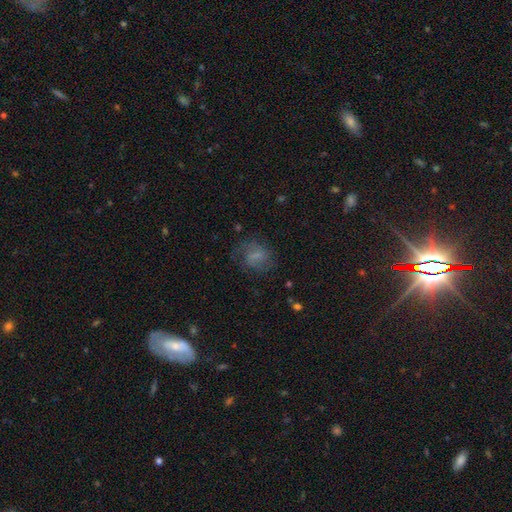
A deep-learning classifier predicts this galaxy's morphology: smooth 45%, featured or disk 44%, star or artifact 11%. Down the decision tree: merging — none (61%).